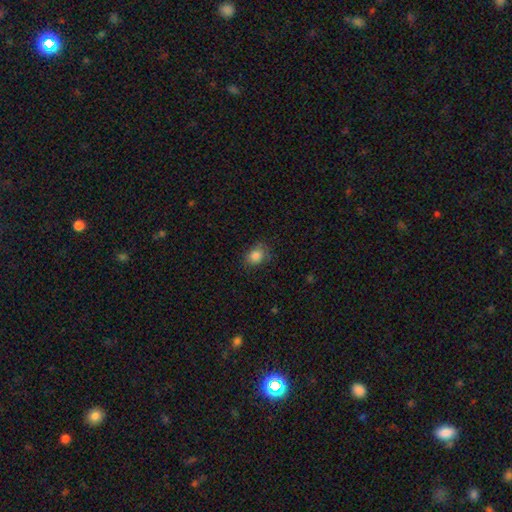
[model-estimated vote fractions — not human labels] Smooth or featured: smooth — 84% (star or artifact — 10%)
How rounded: round — 50% (in between — 49%)
Merging: none — 78% (minor disturbance — 17%)